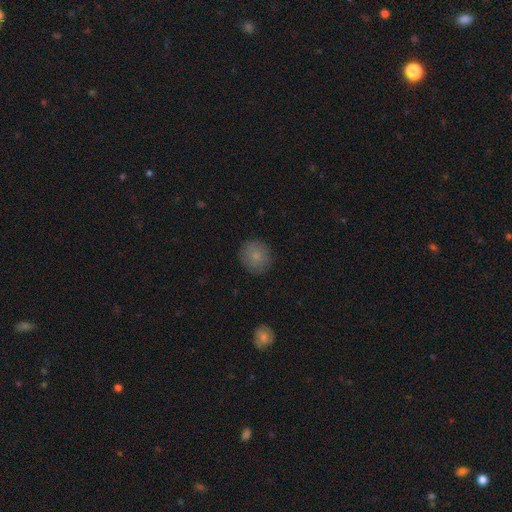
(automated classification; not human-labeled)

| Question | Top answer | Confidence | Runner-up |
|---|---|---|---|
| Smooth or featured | smooth | 83% | star or artifact (9%) |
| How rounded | round | 89% | in between (10%) |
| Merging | none | 88% | minor disturbance (9%) |